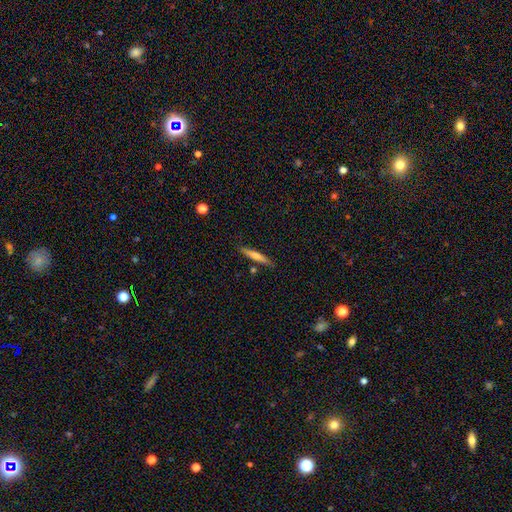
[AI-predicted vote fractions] A smooth galaxy with no disk features (50%) that is cigar-shaped (93%).

Vote fractions:
- Smooth or featured? smooth: 50% / featured or disk: 44% / star or artifact: 6%
- How rounded? cigar-shaped: 93% / in between: 6% / round: 2%
- Merging? none: 85% / minor disturbance: 10% / merger: 3% / major disturbance: 2%